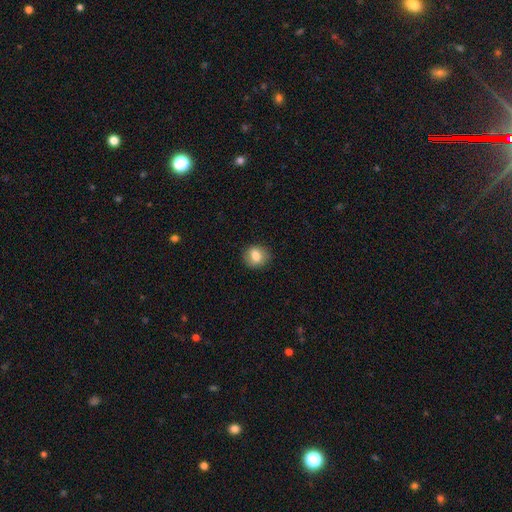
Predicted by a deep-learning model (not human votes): smooth-or-featured: smooth: 78% | featured or disk: 13% | star or artifact: 9%
  how-rounded: round: 69% | in between: 30% | cigar-shaped: 1%
  merging: none: 82% | minor disturbance: 14% | major disturbance: 4% | merger: 1%